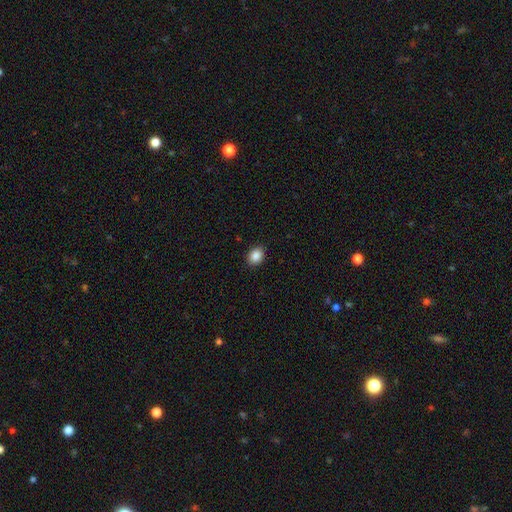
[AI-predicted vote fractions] Smooth or featured? smooth (87%)
How rounded? in between (56%)
Merging? none (89%)